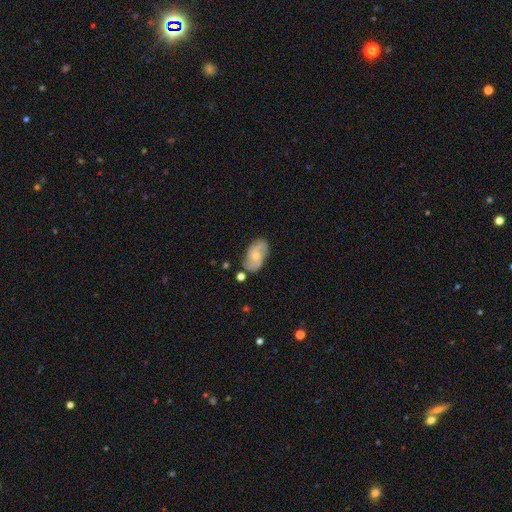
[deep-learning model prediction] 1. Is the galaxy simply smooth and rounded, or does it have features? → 61% featured or disk, 33% smooth, 7% star or artifact.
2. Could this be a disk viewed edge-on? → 96% no, 4% yes.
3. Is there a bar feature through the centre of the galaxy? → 65% no, 30% weak, 5% strong.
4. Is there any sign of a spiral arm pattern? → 88% yes, 12% no.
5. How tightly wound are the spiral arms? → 43% medium, 32% loose, 25% tight.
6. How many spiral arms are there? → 74% 2, 13% can't tell, 7% 3, 2% 1, 2% 4, 2% more than 4.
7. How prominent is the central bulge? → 59% small, 34% moderate, 4% none, 2% large, 1% dominant.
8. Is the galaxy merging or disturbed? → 70% none, 20% minor disturbance, 5% major disturbance, 5% merger.